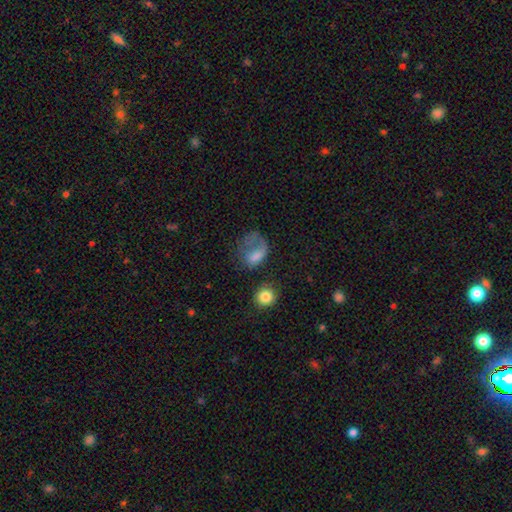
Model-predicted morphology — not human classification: Smooth or featured? smooth (58%)
How rounded? in between (63%)
Merging? major disturbance (53%)